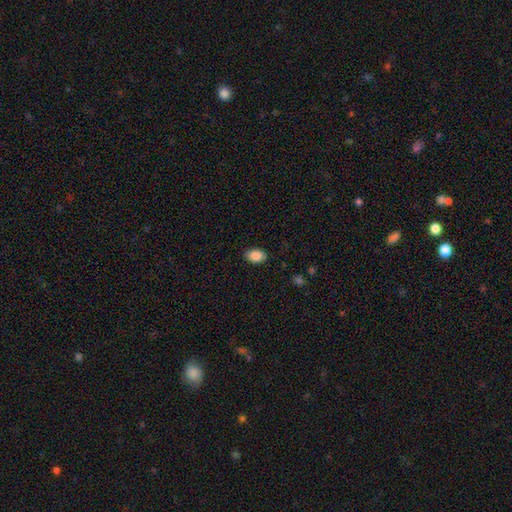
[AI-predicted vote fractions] Q: Smooth or featured?
A: smooth (88%); runner-up: star or artifact (7%)
Q: How rounded?
A: in between (86%); runner-up: round (13%)
Q: Merging?
A: none (87%); runner-up: minor disturbance (10%)